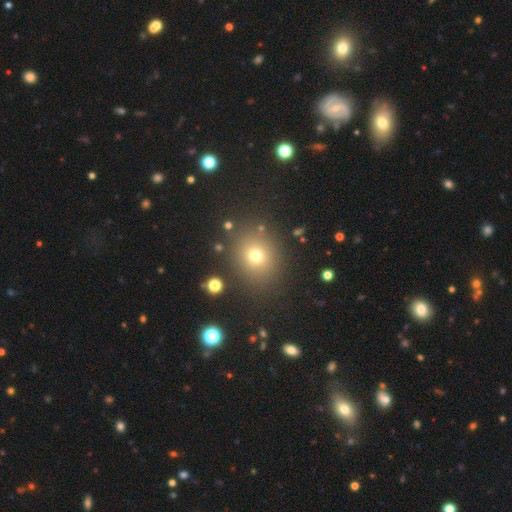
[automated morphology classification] type=smooth (70%); roundness=round (76%); merging=none (84%).